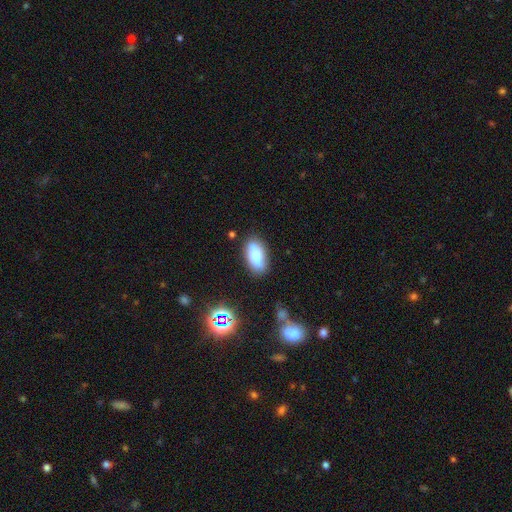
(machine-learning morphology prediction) A smooth galaxy with no disk features (72%) that is in between round and cigar-shaped (84%). Merging: none (73%).